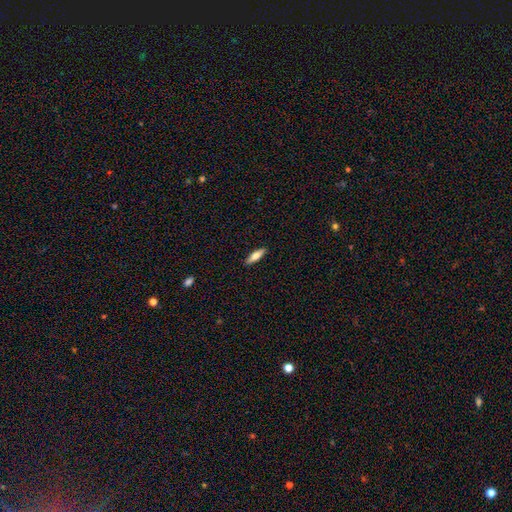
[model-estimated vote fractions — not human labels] A smooth galaxy with no disk features (69%) that is cigar-shaped (56%). Merging: none (90%).